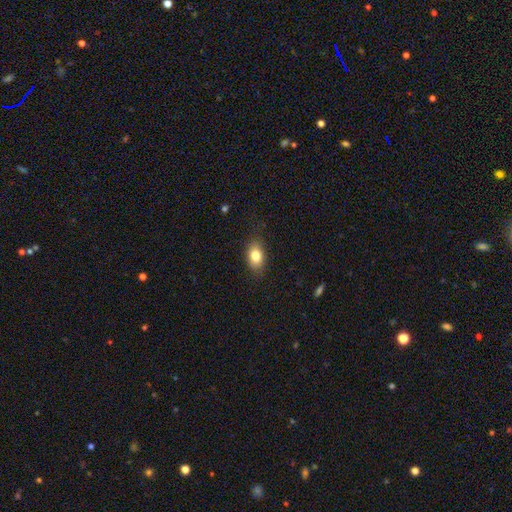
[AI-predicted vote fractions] A smooth galaxy with no disk features (81%) that is in between round and cigar-shaped (80%).

Vote fractions:
- Smooth or featured? smooth: 81% / featured or disk: 10% / star or artifact: 9%
- How rounded? in between: 80% / round: 18% / cigar-shaped: 2%
- Merging? none: 81% / minor disturbance: 14% / major disturbance: 4% / merger: 1%